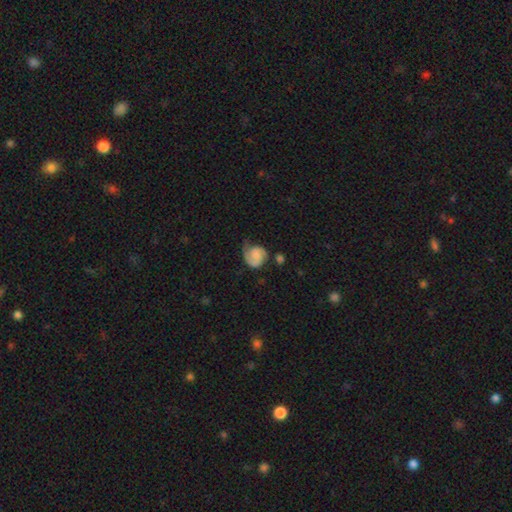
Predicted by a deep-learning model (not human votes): Smooth or featured: featured or disk — 64% (smooth — 29%)
Edge-on disk: no — 98% (yes — 2%)
Bar: no — 64% (weak — 30%)
Spiral arms: yes — 93% (no — 7%)
Spiral winding: tight — 42% (medium — 38%)
Spiral arm count: 1 — 46% (2 — 45%)
Bulge size: none — 42% (small — 32%)
Merging: none — 46% (minor disturbance — 29%)